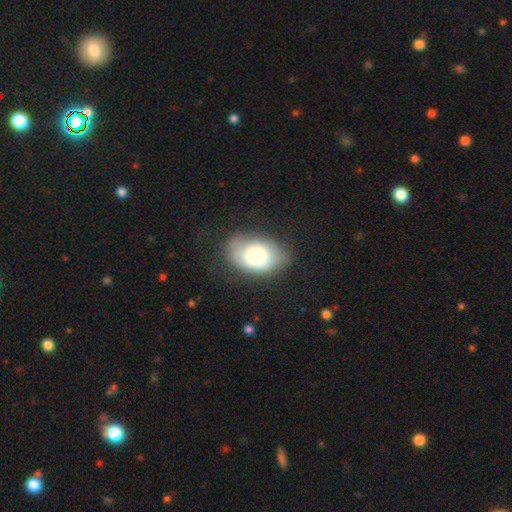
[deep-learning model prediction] Smooth or featured?
  - smooth: 73% *
  - featured or disk: 19%
  - star or artifact: 8%
How rounded?
  - in between: 88% *
  - round: 11%
  - cigar-shaped: 1%
Merging?
  - none: 66% *
  - minor disturbance: 24%
  - major disturbance: 9%
  - merger: 2%